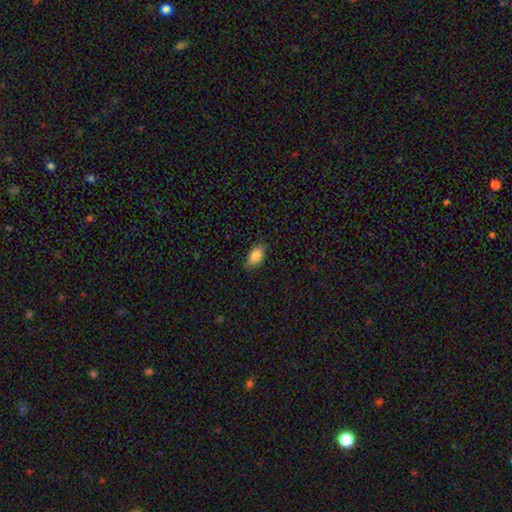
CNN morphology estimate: Smooth or featured? smooth (84%)
How rounded? in between (91%)
Merging? none (82%)